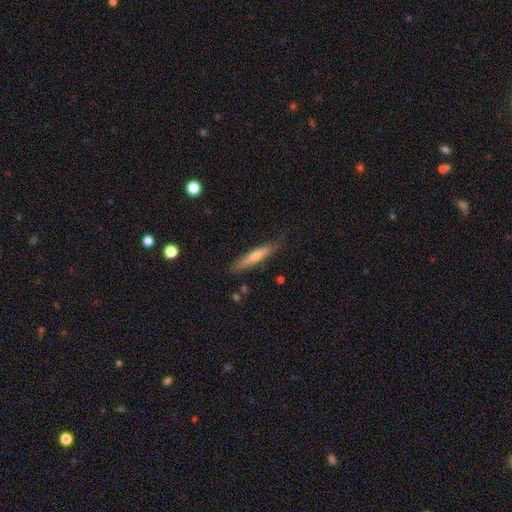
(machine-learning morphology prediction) A featured or disk galaxy (48%).

Vote fractions:
- Smooth or featured? featured or disk: 48% / smooth: 45% / star or artifact: 7%
- Merging? none: 84% / minor disturbance: 12% / major disturbance: 2% / merger: 2%